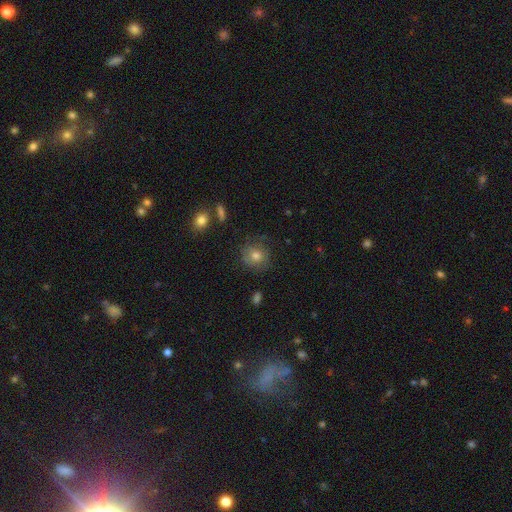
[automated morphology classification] This appears to be a smooth galaxy with no disk features (63%) that is round (84%). Merging: none (74%).